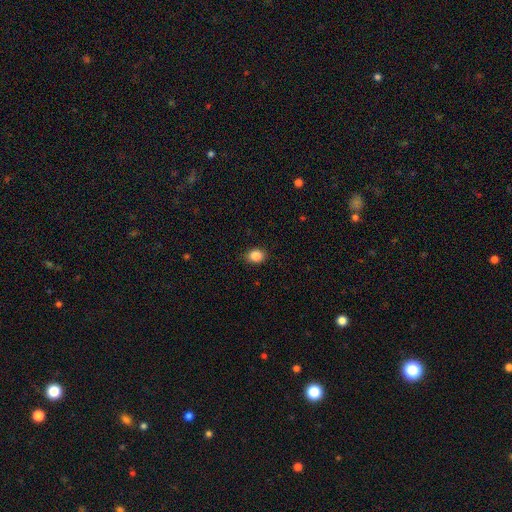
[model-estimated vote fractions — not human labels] smooth_or_featured: smooth (p=0.88) [alt: star or artifact p=0.09]
how_rounded: round (p=0.53) [alt: in between p=0.46]
merging: none (p=0.87) [alt: minor disturbance p=0.10]